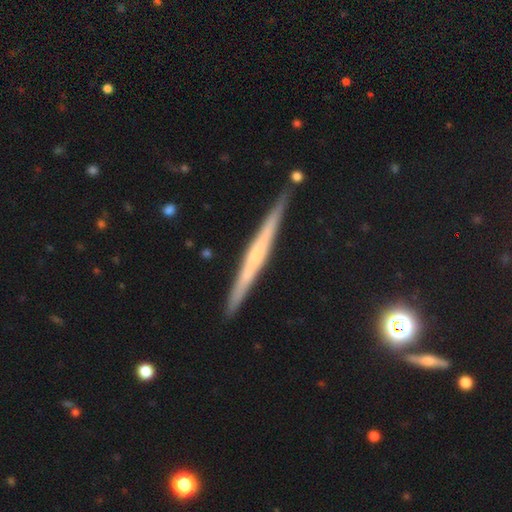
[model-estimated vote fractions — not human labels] smooth-or-featured: featured or disk: 66% | smooth: 28% | star or artifact: 7%
  disk-edge-on: yes: 98% | no: 2%
    edge-on-bulge: none: 57% | rounded: 29% | boxy: 14%
  merging: none: 88% | minor disturbance: 9% | merger: 2% | major disturbance: 1%